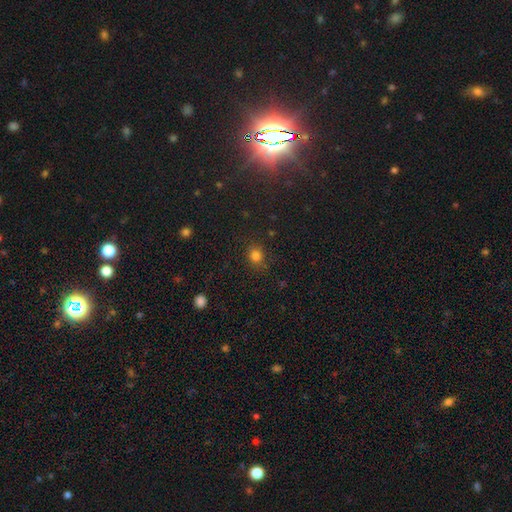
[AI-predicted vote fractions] smooth-or-featured: smooth: 79% | star or artifact: 16% | featured or disk: 5%
  how-rounded: round: 79% | in between: 20% | cigar-shaped: 1%
  merging: none: 83% | minor disturbance: 11% | major disturbance: 4% | merger: 2%